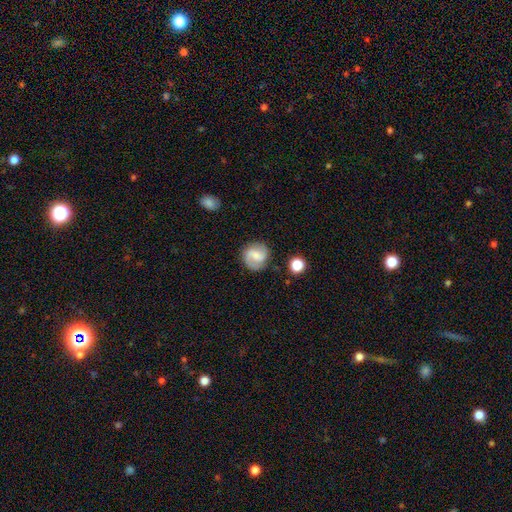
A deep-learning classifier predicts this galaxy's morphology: This appears to be a featured or disk galaxy (50%). Merging: none (78%).